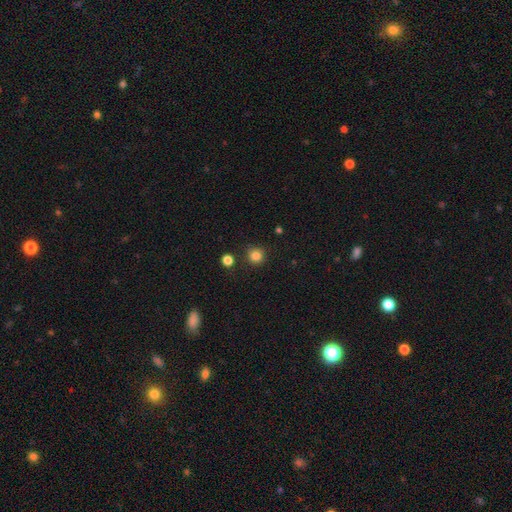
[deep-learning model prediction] Q: Smooth or featured?
A: smooth (83%); runner-up: star or artifact (12%)
Q: How rounded?
A: round (94%); runner-up: in between (5%)
Q: Merging?
A: none (87%); runner-up: minor disturbance (7%)